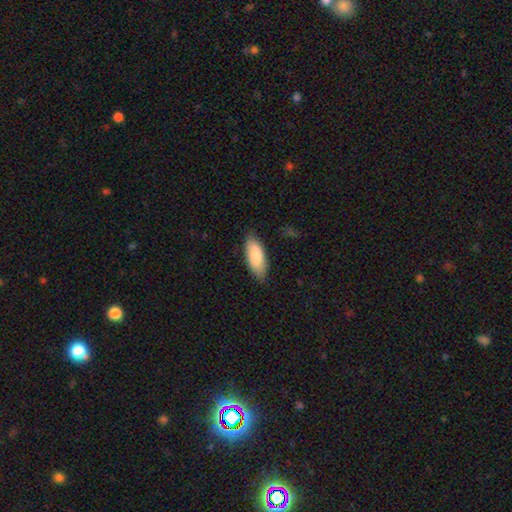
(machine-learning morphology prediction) type=smooth (84%); roundness=in between (80%); merging=none (81%).